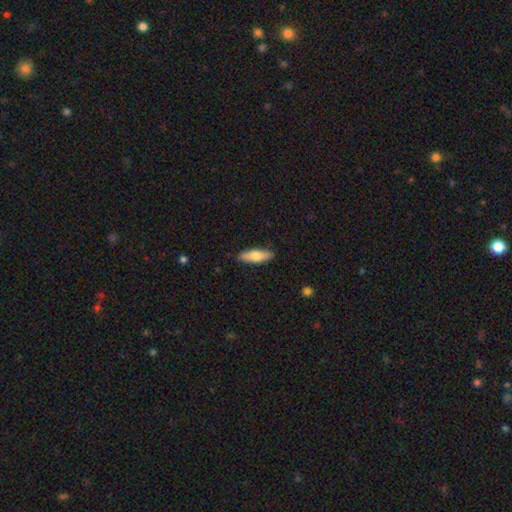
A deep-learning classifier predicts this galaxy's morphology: Smooth or featured?
  - smooth: 70% *
  - featured or disk: 25%
  - star or artifact: 6%
How rounded?
  - cigar-shaped: 52% *
  - in between: 46%
  - round: 2%
Merging?
  - none: 88% *
  - minor disturbance: 9%
  - major disturbance: 2%
  - merger: 1%